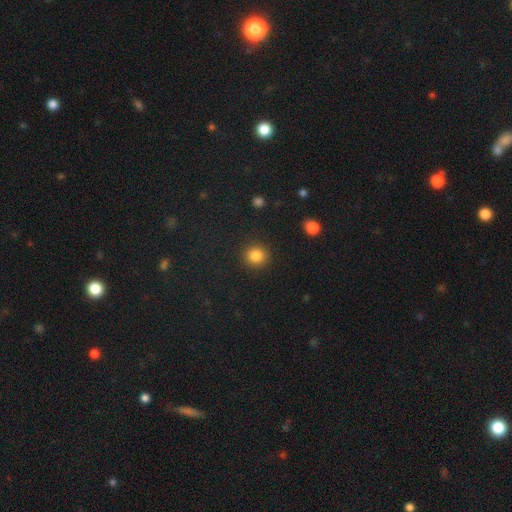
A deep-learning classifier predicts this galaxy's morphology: The model was most divided on "smooth or featured": smooth: 84%, star or artifact: 11%, featured or disk: 5%. More confident: how rounded — round (91%); merging — none (90%).